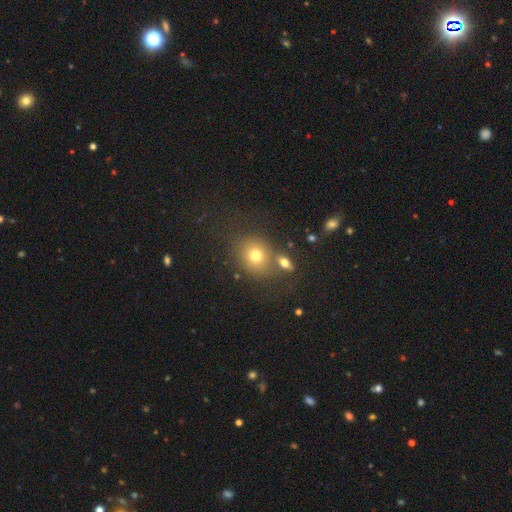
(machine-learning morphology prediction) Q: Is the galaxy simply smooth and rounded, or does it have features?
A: smooth — 72%.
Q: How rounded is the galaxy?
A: round — 72%.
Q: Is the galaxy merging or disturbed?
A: none — 66%.